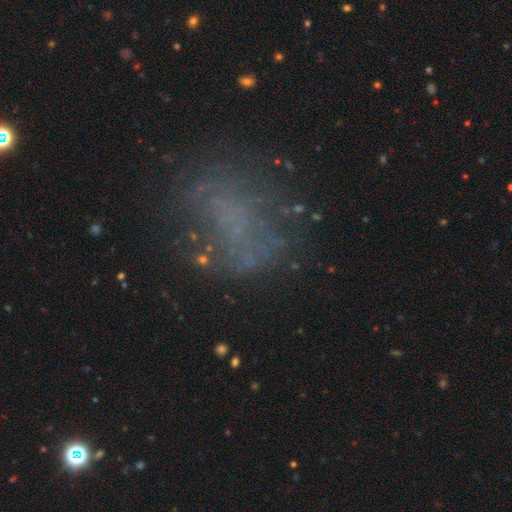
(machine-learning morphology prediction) This is marginally a featured or disk galaxy (38%). Merging: possibly none (60%).